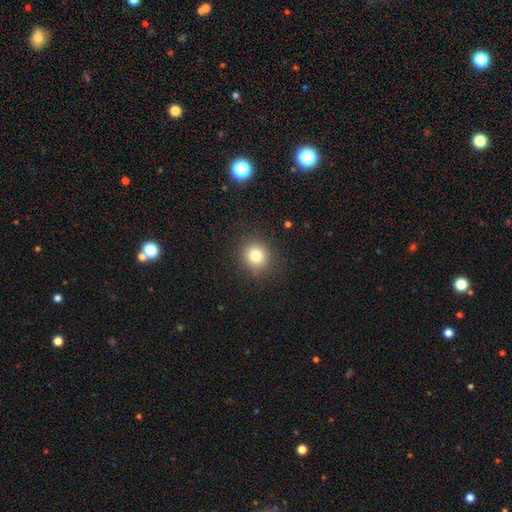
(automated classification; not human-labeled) Q: Smooth or featured?
A: smooth (80%); runner-up: star or artifact (12%)
Q: How rounded?
A: round (85%); runner-up: in between (14%)
Q: Merging?
A: none (88%); runner-up: minor disturbance (8%)